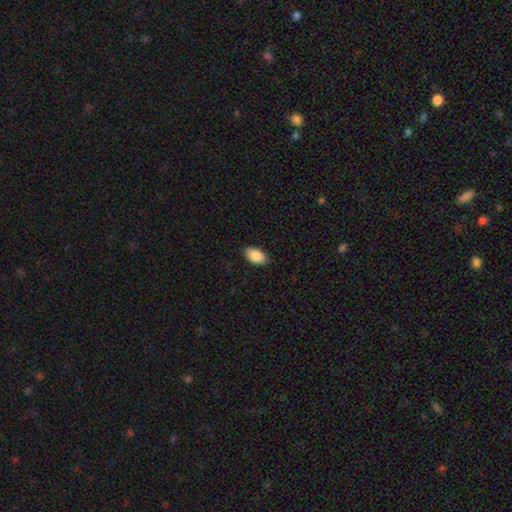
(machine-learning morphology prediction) Smooth or featured? smooth (90%)
How rounded? in between (94%)
Merging? none (87%)